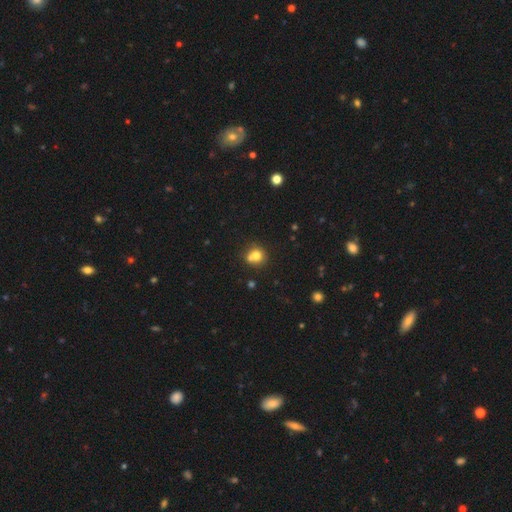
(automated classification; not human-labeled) smooth 73%, featured or disk 15%, star or artifact 13%. Down the decision tree: how rounded — round (83%); merging — none (49%).